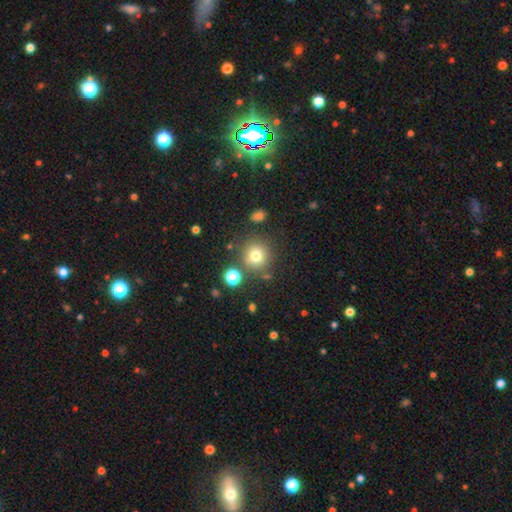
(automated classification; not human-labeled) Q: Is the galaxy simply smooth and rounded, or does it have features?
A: smooth — 75%.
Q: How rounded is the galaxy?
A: round — 92%.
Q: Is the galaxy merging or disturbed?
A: none — 80%.